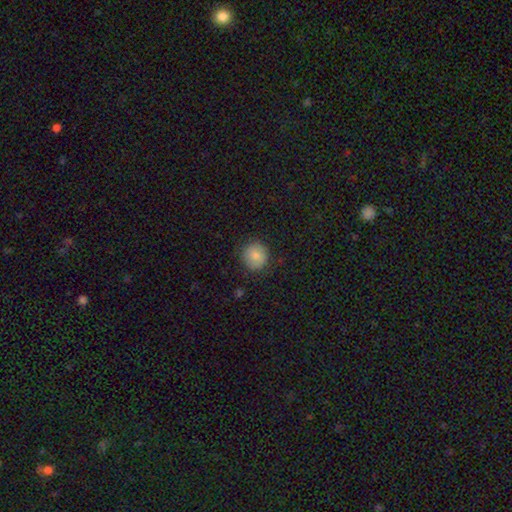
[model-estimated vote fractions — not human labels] Smooth or featured? Predicted: smooth (p=0.81). How rounded? Predicted: round (p=0.91). Merging? Predicted: none (p=0.84).